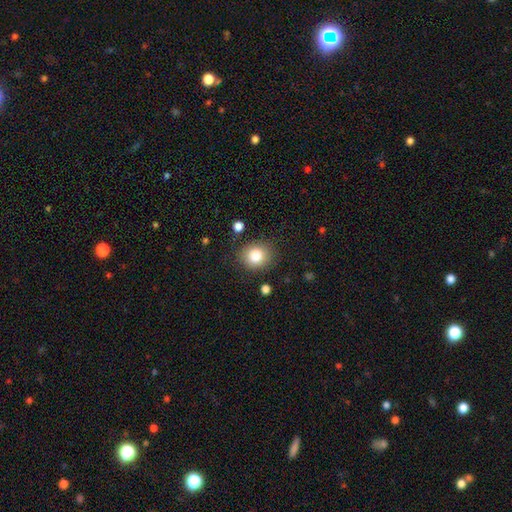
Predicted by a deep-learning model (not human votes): Smooth or featured?
  - smooth: 83% *
  - star or artifact: 10%
  - featured or disk: 7%
How rounded?
  - round: 78% *
  - in between: 21%
  - cigar-shaped: 1%
Merging?
  - none: 84% *
  - minor disturbance: 10%
  - major disturbance: 3%
  - merger: 3%